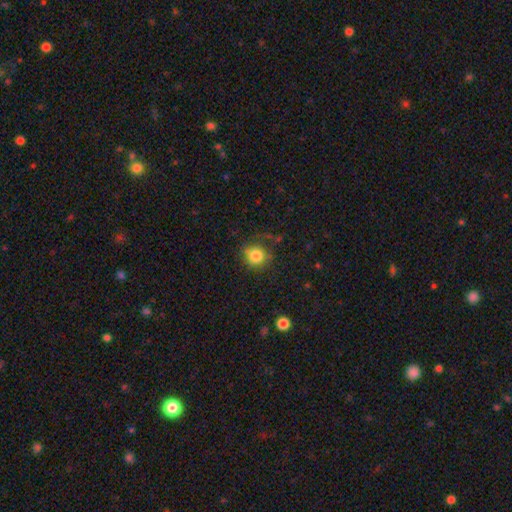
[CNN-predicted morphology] Smooth or featured? smooth (82%)
How rounded? round (88%)
Merging? none (75%)